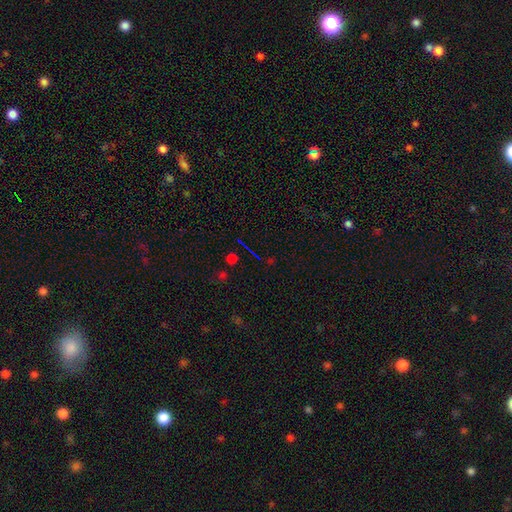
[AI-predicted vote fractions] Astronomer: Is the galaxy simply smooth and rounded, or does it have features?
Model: star or artifact — 68%.